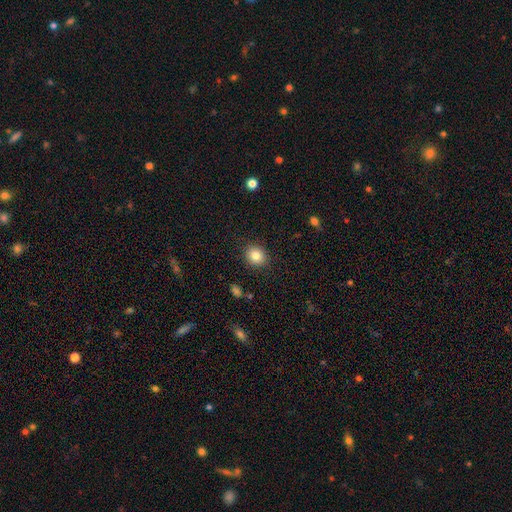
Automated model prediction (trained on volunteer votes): Smooth or featured?
  - smooth: 84% *
  - star or artifact: 10%
  - featured or disk: 6%
How rounded?
  - round: 77% *
  - in between: 22%
  - cigar-shaped: 1%
Merging?
  - none: 89% *
  - minor disturbance: 8%
  - major disturbance: 2%
  - merger: 1%